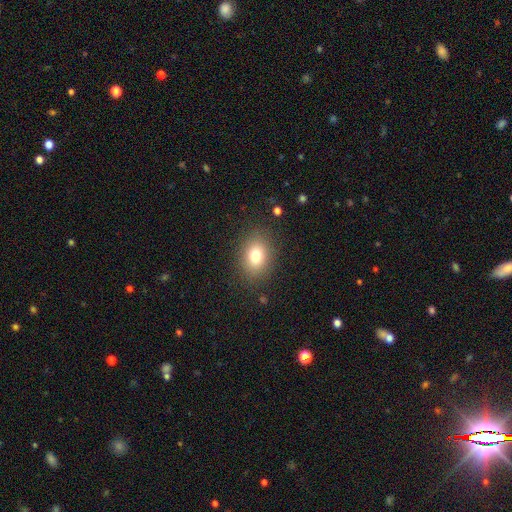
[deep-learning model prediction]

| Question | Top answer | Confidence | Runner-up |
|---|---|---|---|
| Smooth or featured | smooth | 77% | star or artifact (12%) |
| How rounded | in between | 66% | round (33%) |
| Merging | none | 86% | minor disturbance (9%) |